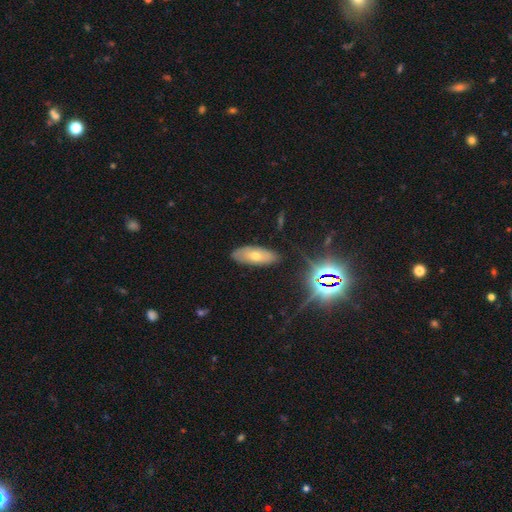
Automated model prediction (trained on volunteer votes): Smooth or featured? Predicted: smooth (p=0.37). Merging? Predicted: none (p=0.80).